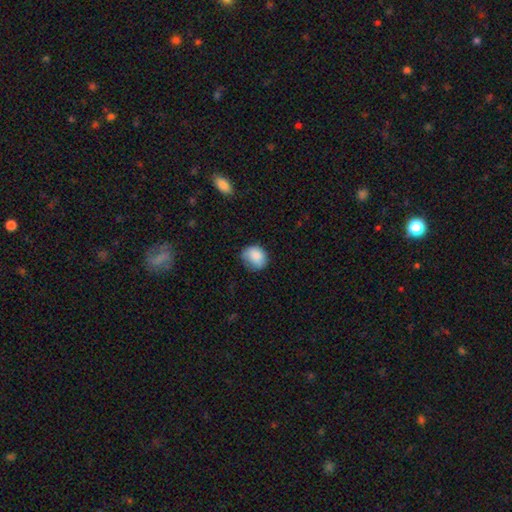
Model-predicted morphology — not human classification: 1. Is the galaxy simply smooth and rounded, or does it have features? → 85% smooth, 8% star or artifact, 7% featured or disk.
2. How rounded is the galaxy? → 63% round, 36% in between, 1% cigar-shaped.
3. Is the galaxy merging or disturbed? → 63% none, 29% minor disturbance, 7% major disturbance, 1% merger.